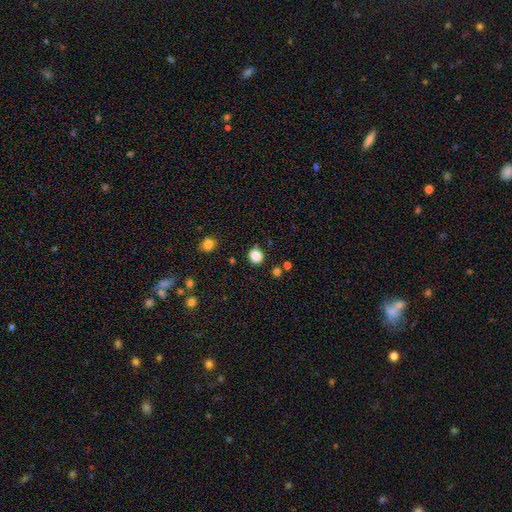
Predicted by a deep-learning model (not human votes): This appears to be a smooth galaxy with no disk features (85%) that is round (83%). Merging: none (86%).